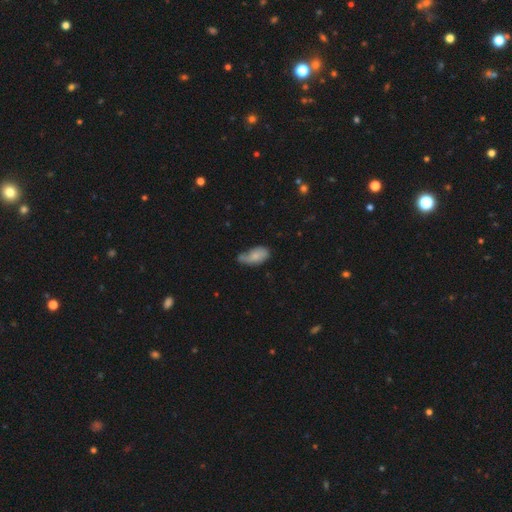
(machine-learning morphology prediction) This appears to be a smooth galaxy with no disk features (70%) that is in between round and cigar-shaped (91%). Merging: none (37%).